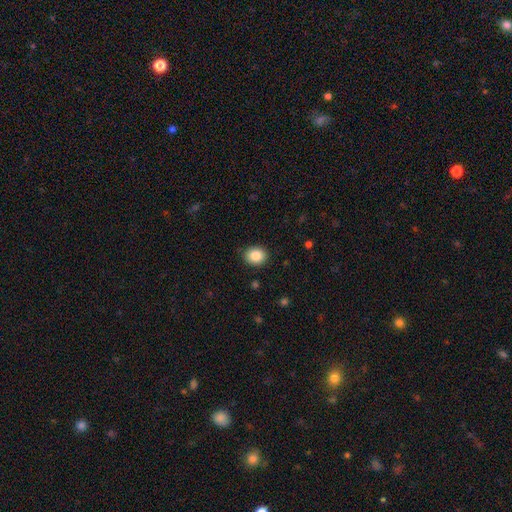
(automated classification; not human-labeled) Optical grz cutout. It shows a smooth galaxy with no disk features (86%) that is round (65%). Merging: none (89%).